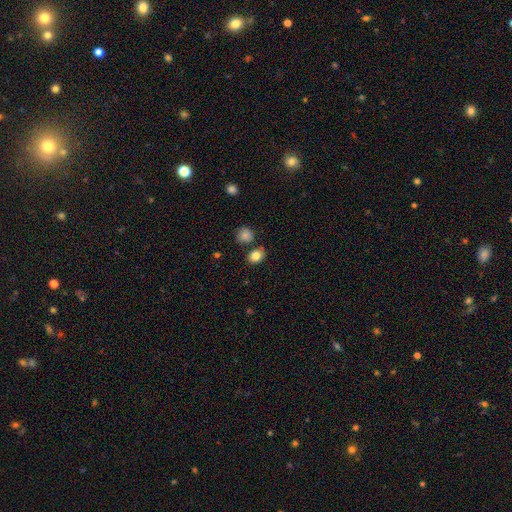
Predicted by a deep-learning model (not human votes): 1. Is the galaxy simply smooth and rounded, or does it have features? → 83% smooth, 10% star or artifact, 7% featured or disk.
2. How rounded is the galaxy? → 52% in between, 46% round, 1% cigar-shaped.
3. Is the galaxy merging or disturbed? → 76% none, 12% minor disturbance, 10% merger, 3% major disturbance.